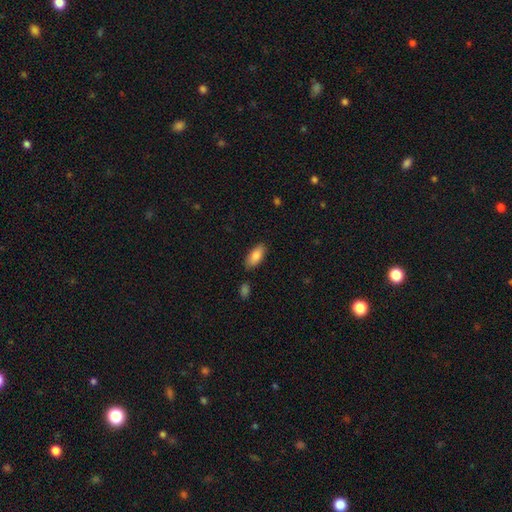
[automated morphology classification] A smooth galaxy with no disk features (84%) that is in between round and cigar-shaped (86%).

Vote fractions:
- Smooth or featured? smooth: 84% / featured or disk: 10% / star or artifact: 6%
- How rounded? in between: 86% / cigar-shaped: 12% / round: 2%
- Merging? none: 84% / minor disturbance: 11% / merger: 3% / major disturbance: 2%